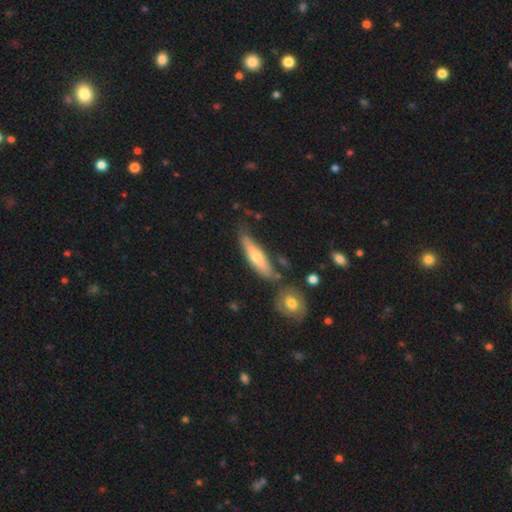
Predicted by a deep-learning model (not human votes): smooth-or-featured: smooth: 51% | featured or disk: 42% | star or artifact: 7%
  how-rounded: cigar-shaped: 71% | in between: 27% | round: 2%
  merging: none: 62% | minor disturbance: 23% | merger: 9% | major disturbance: 6%